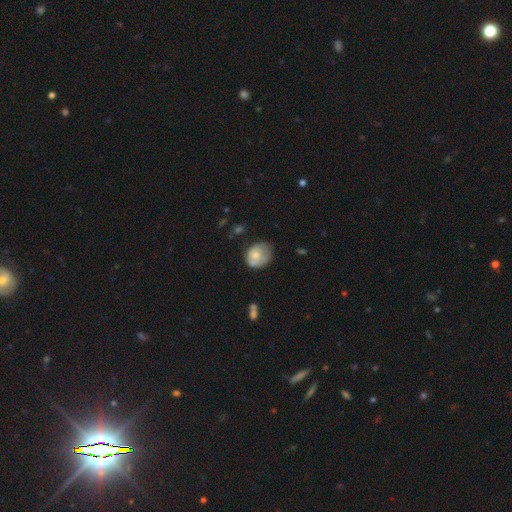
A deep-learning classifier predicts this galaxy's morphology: The model was most divided on "merging": none: 43%, minor disturbance: 36%, major disturbance: 15%, merger: 5%. More confident: smooth or featured — smooth (64%); how rounded — round (57%).